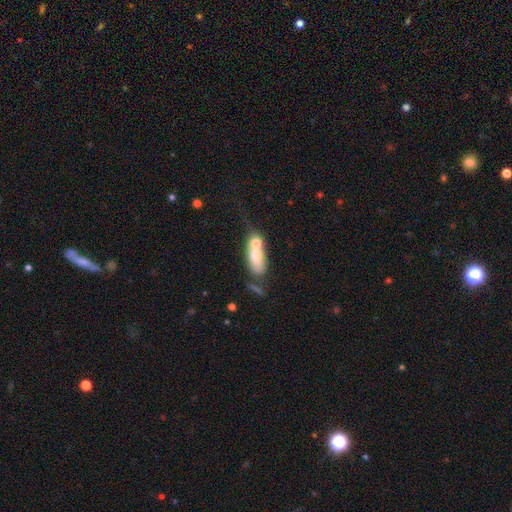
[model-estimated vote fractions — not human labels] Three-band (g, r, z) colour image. It shows a smooth galaxy with no disk features (66%) that is in between round and cigar-shaped (75%). Merging: merger (47%).